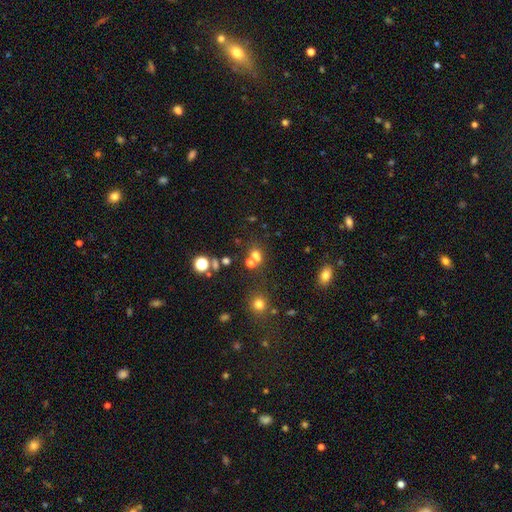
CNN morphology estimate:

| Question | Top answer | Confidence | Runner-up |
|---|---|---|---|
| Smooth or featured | smooth | 60% | star or artifact (29%) |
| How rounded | round | 63% | in between (35%) |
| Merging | none | 55% | merger (30%) |